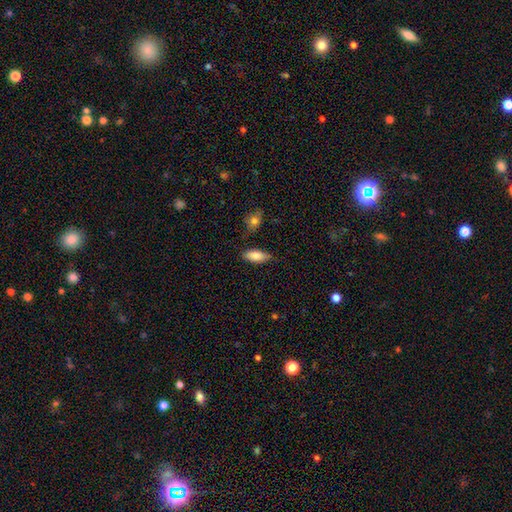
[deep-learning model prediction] A smooth galaxy with no disk features (84%) that is in between round and cigar-shaped (84%). Merging: none (73%).